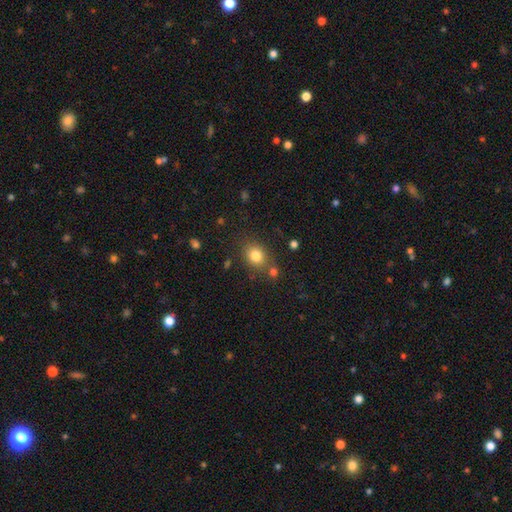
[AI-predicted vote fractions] This is clearly a smooth galaxy (80%). How rounded: possibly round (58%). Merging: likely none (74%).